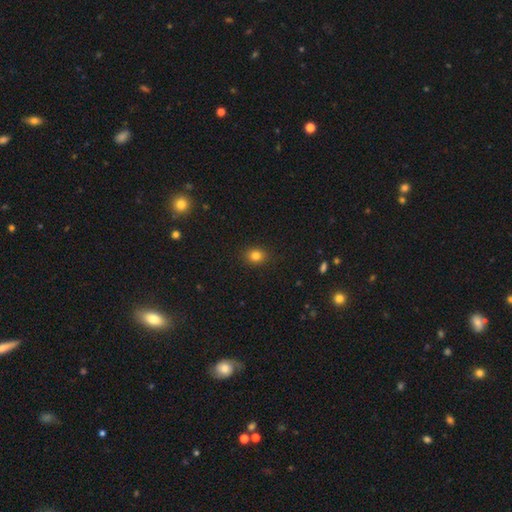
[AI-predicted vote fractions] A smooth galaxy with no disk features (82%) that is round (63%).

Vote fractions:
- Smooth or featured? smooth: 82% / star or artifact: 13% / featured or disk: 6%
- How rounded? round: 63% / in between: 36% / cigar-shaped: 1%
- Merging? none: 89% / minor disturbance: 8% / major disturbance: 2% / merger: 1%